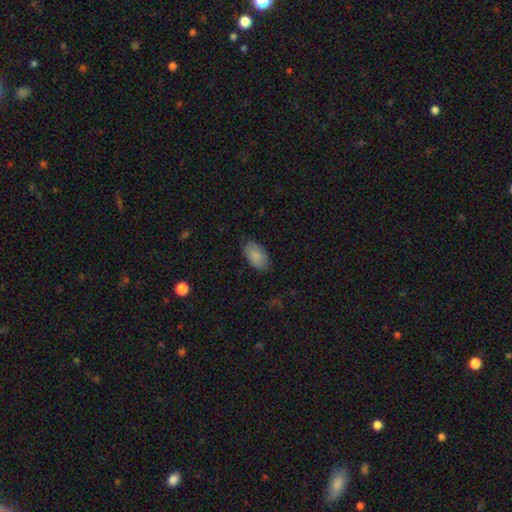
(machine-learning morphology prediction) type=smooth (87%); roundness=in between (95%); merging=none (82%).